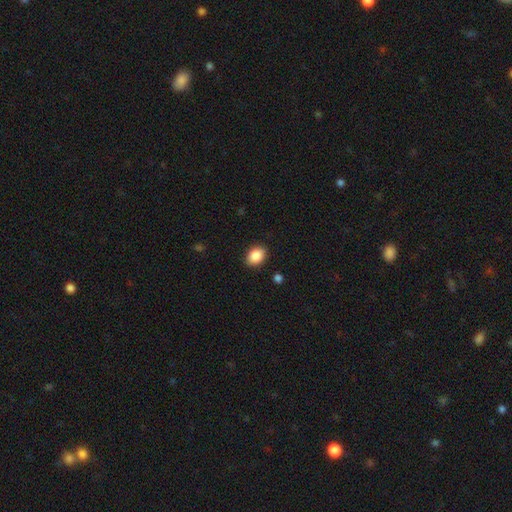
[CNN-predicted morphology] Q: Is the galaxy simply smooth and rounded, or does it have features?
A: smooth — 88%.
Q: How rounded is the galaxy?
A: in between — 71%.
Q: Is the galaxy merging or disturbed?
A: none — 89%.